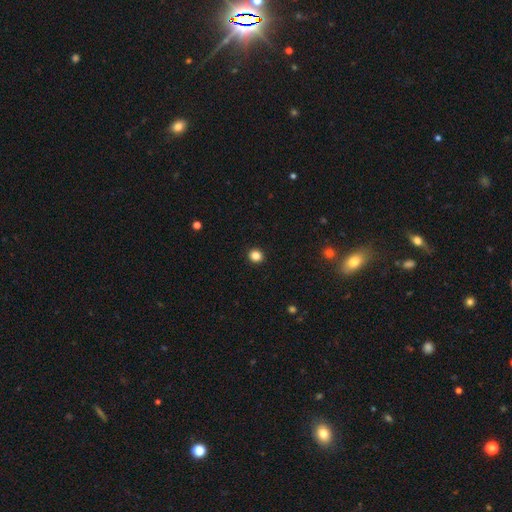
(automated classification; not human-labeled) Overall: smooth (85%). How rounded: round (86%). Merging: none (93%).